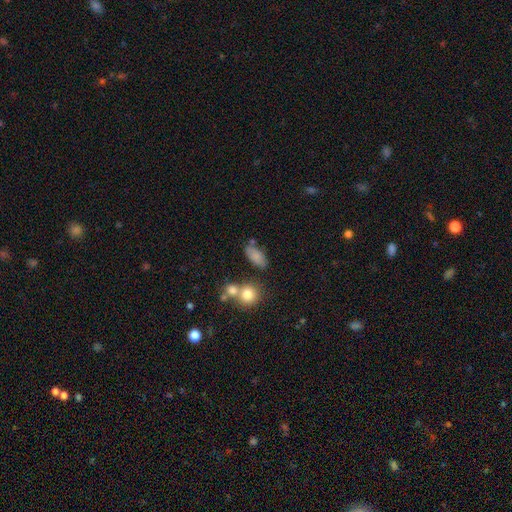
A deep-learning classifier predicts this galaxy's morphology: Overall: smooth (79%). How rounded: in between (86%). Merging: none (62%).